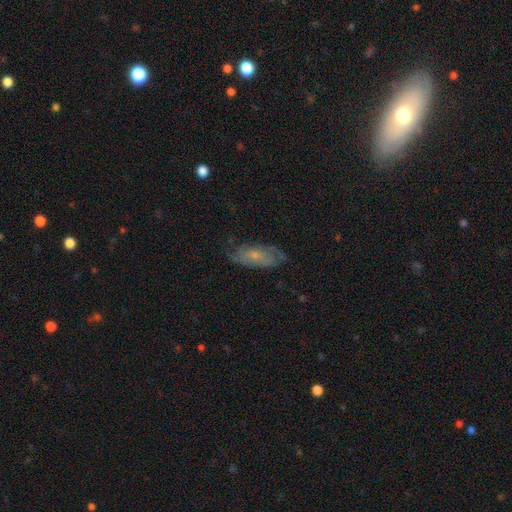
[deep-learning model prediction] Smooth or featured?
  - featured or disk: 54% *
  - smooth: 38%
  - star or artifact: 8%
Edge-on disk?
  - no: 86% *
  - yes: 14%
Merging?
  - none: 67% *
  - minor disturbance: 23%
  - major disturbance: 8%
  - merger: 1%